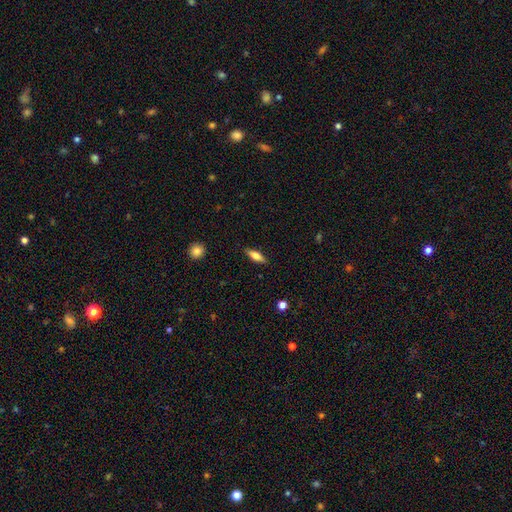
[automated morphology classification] Smooth or featured?
  - smooth: 65% *
  - featured or disk: 29%
  - star or artifact: 7%
How rounded?
  - in between: 55% *
  - cigar-shaped: 42%
  - round: 3%
Merging?
  - none: 87% *
  - minor disturbance: 9%
  - major disturbance: 2%
  - merger: 1%